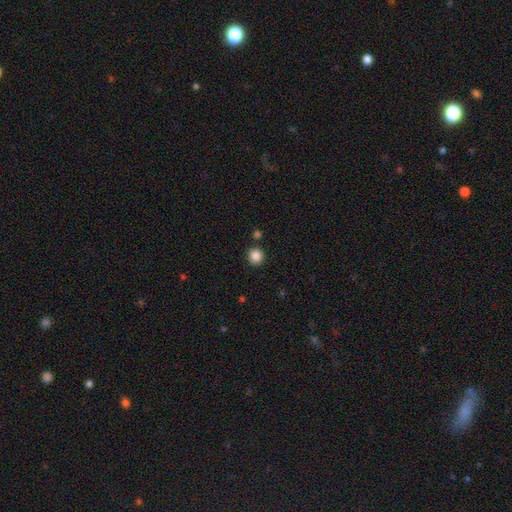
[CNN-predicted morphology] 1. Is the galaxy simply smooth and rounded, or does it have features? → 86% smooth, 10% star or artifact, 3% featured or disk.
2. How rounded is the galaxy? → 93% round, 6% in between, 1% cigar-shaped.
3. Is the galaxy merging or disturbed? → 87% none, 7% minor disturbance, 4% merger, 2% major disturbance.